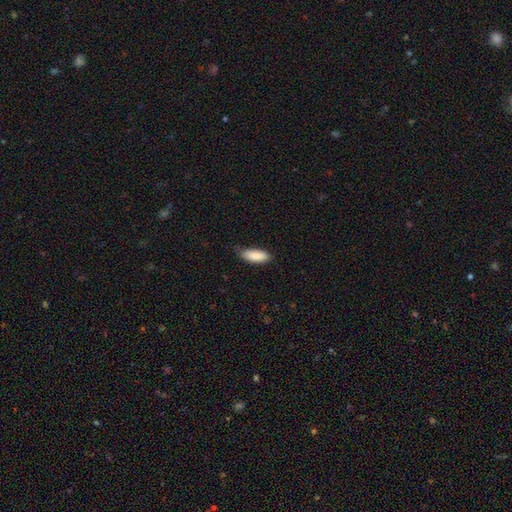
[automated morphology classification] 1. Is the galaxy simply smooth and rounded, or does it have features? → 89% smooth, 6% star or artifact, 5% featured or disk.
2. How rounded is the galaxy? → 71% in between, 27% cigar-shaped, 2% round.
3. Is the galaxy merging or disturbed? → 69% none, 25% minor disturbance, 4% major disturbance, 1% merger.